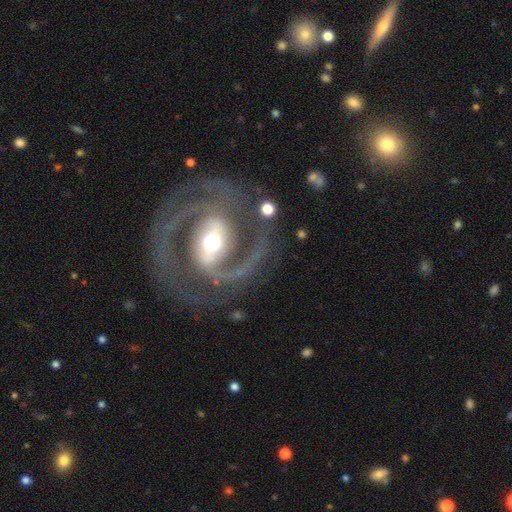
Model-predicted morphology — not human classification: smooth_or_featured: featured or disk (p=0.91) [alt: star or artifact p=0.05]
disk_edge_on: no (p=0.97) [alt: yes p=0.03]
bar: strong (p=0.48) [alt: weak p=0.33]
has_spiral_arms: yes (p=0.97) [alt: no p=0.03]
spiral_winding: medium (p=0.50) [alt: tight p=0.42]
spiral_arm_count: 2 (p=0.89) [alt: 3 p=0.04]
bulge_size: moderate (p=0.62) [alt: small p=0.23]
merging: none (p=0.78) [alt: minor disturbance p=0.13]